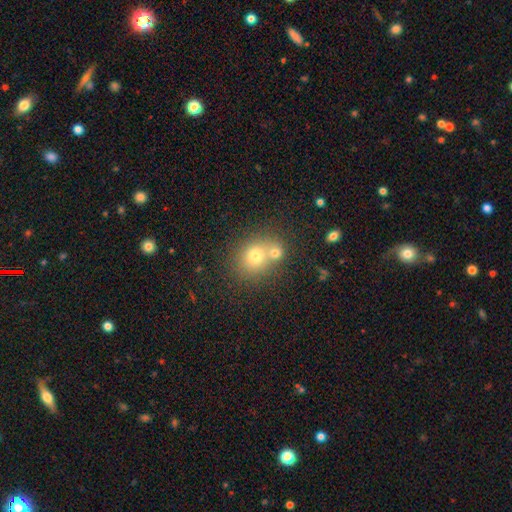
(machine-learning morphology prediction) Overall: smooth (71%). How rounded: round (72%). Merging: none (44%, tied with merger).